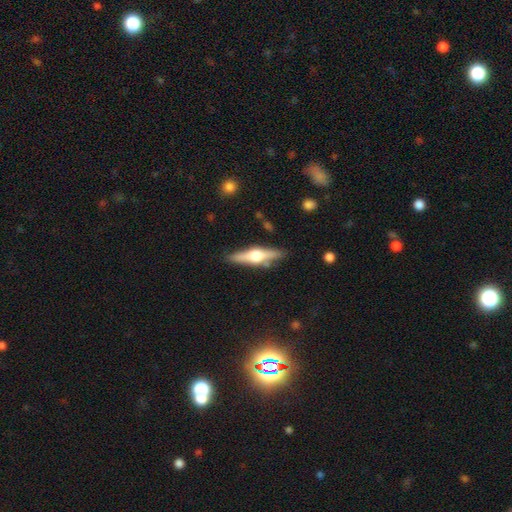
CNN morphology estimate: Smooth or featured? featured or disk (68%)
Edge-on disk? yes (96%)
Edge-on bulge? rounded (94%)
Merging? none (85%)